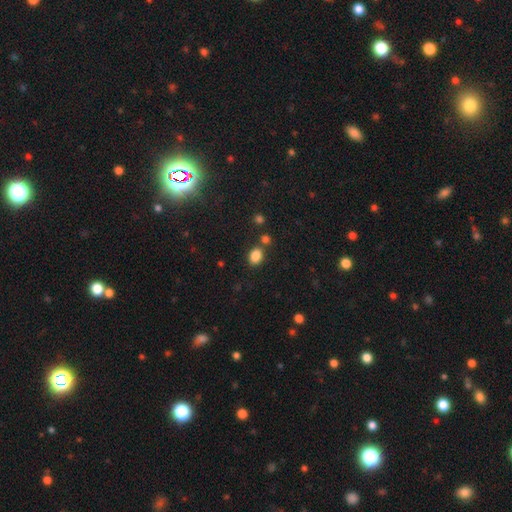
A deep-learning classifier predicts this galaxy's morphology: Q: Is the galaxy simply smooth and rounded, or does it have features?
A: smooth — 84%.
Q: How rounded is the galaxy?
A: in between — 60%.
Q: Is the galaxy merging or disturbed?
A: none — 73%.